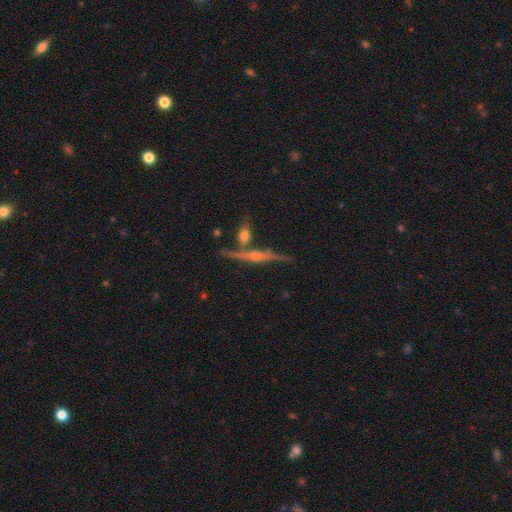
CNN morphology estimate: A featured or disk galaxy (79%) viewed edge-on (97%) with a rounded central bulge (75%). Merging: none (77%).